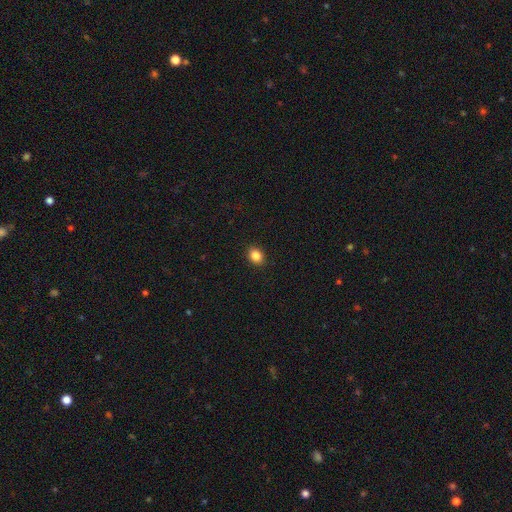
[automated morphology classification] Smooth or featured?
  - smooth: 86% *
  - star or artifact: 10%
  - featured or disk: 4%
How rounded?
  - in between: 50% *
  - round: 49%
  - cigar-shaped: 1%
Merging?
  - none: 91% *
  - minor disturbance: 6%
  - major disturbance: 2%
  - merger: 1%